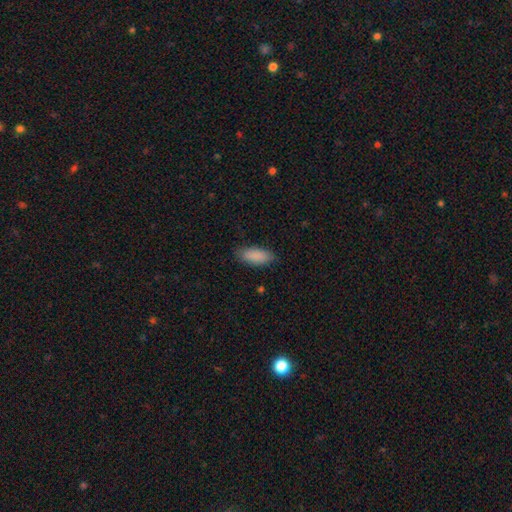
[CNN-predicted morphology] This is clearly a smooth galaxy (89%). How rounded: clearly in between (81%). Merging: clearly none (83%).